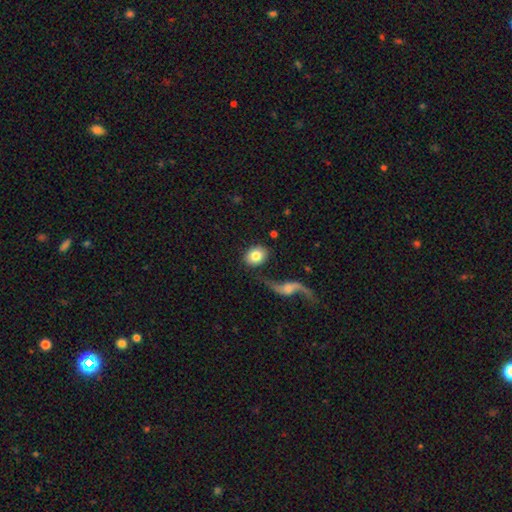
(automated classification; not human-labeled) This appears to be a smooth galaxy with no disk features (80%) that is in between round and cigar-shaped (50%). Merging: none (72%).